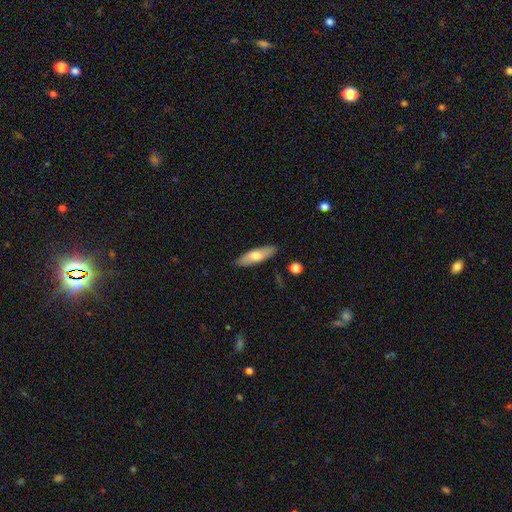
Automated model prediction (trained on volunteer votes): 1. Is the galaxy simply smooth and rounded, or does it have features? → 63% smooth, 31% featured or disk, 6% star or artifact.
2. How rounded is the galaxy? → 50% cigar-shaped, 48% in between, 2% round.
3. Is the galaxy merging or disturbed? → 87% none, 9% minor disturbance, 2% major disturbance, 2% merger.